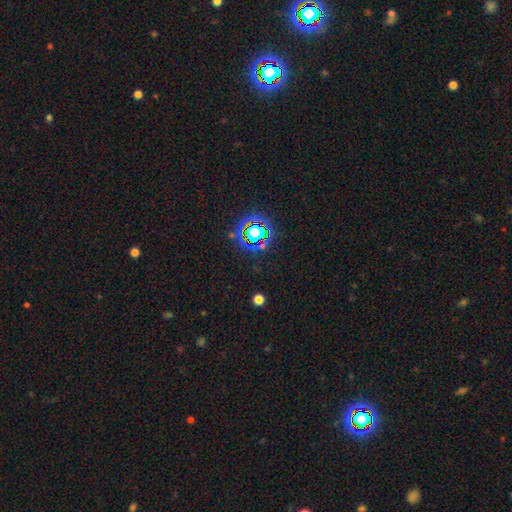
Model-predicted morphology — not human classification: smooth_or_featured: star or artifact (p=0.78) [alt: smooth p=0.14]